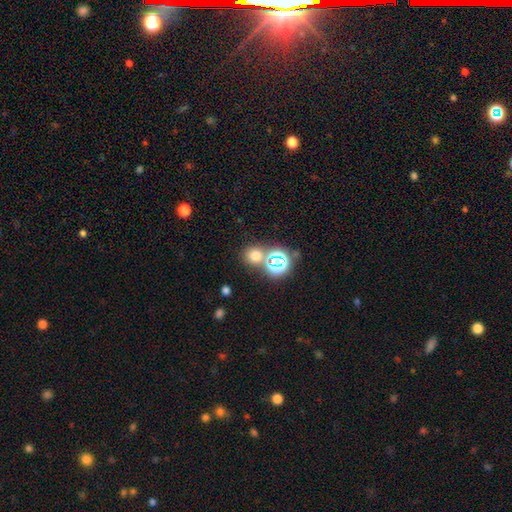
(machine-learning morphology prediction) This appears to be a smooth galaxy with no disk features (64%) that is round (84%). Merging: none (69%).